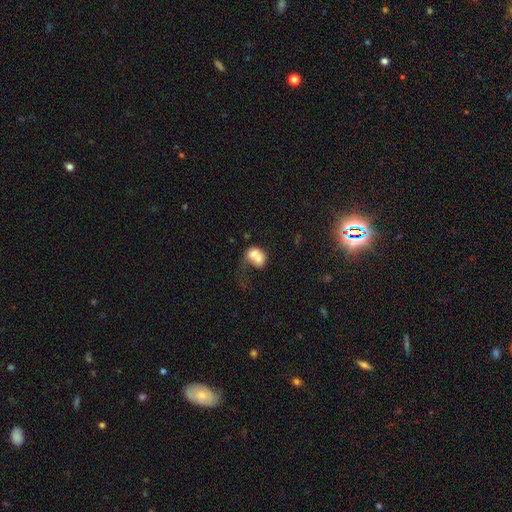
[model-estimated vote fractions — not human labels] Overall: smooth (69%). How rounded: in between (63%; round 36%). Merging: merger (53%; major disturbance 19%).